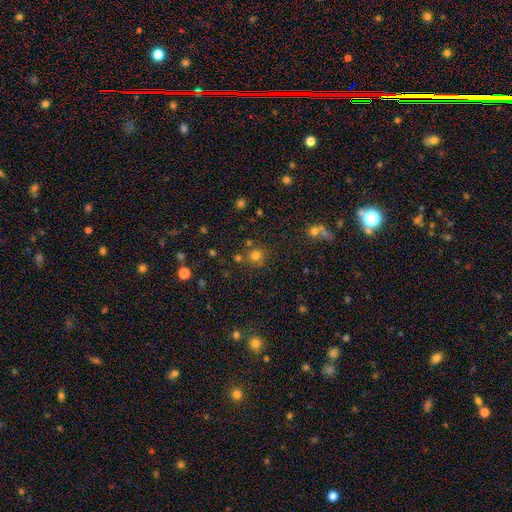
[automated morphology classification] type=smooth (73%); roundness=round (88%); merging=none (74%).